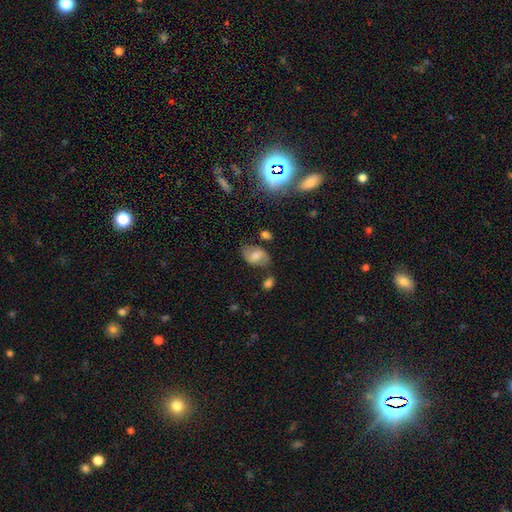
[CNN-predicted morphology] Smooth or featured? smooth (56%)
How rounded? in between (85%)
Merging? none (65%)